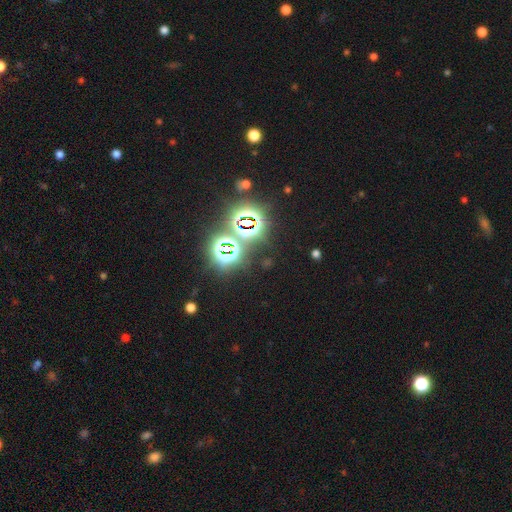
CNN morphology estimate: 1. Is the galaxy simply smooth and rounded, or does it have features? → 80% star or artifact, 14% smooth, 7% featured or disk.